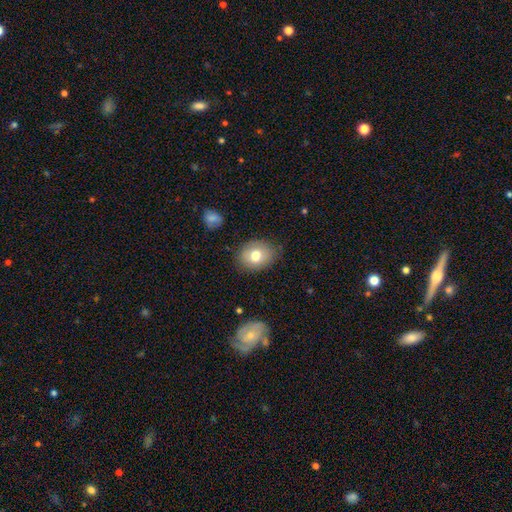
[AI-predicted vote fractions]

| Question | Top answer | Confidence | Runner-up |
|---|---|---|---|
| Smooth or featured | smooth | 75% | featured or disk (16%) |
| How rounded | in between | 58% | round (41%) |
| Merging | none | 78% | minor disturbance (17%) |